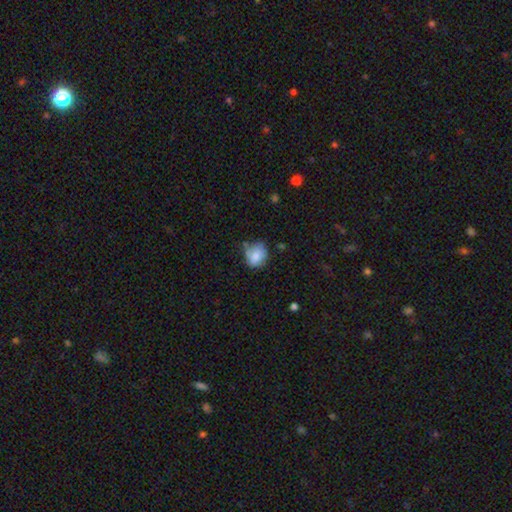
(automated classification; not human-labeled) A smooth galaxy with no disk features (78%) that is round (63%).

Vote fractions:
- Smooth or featured? smooth: 78% / featured or disk: 13% / star or artifact: 8%
- How rounded? round: 63% / in between: 36% / cigar-shaped: 1%
- Merging? none: 53% / minor disturbance: 32% / major disturbance: 9% / merger: 6%